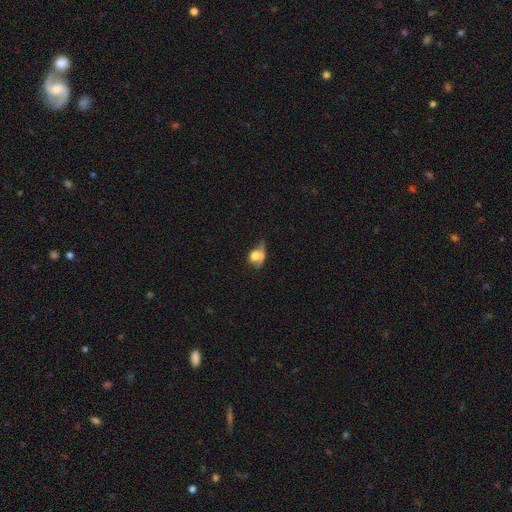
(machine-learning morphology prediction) This is likely a smooth galaxy (63%). How rounded: possibly round (54%). Merging: marginally merger (33%).